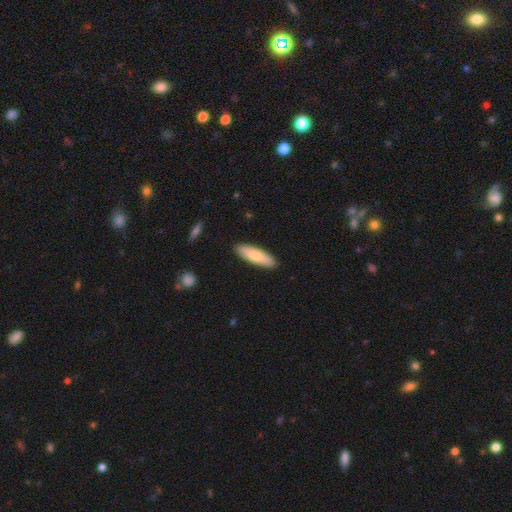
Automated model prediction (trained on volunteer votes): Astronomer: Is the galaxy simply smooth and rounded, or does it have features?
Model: smooth — 77%.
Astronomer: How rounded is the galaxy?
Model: cigar-shaped — 52% (runner-up: in between, 46%).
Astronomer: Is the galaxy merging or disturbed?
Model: none — 89%.